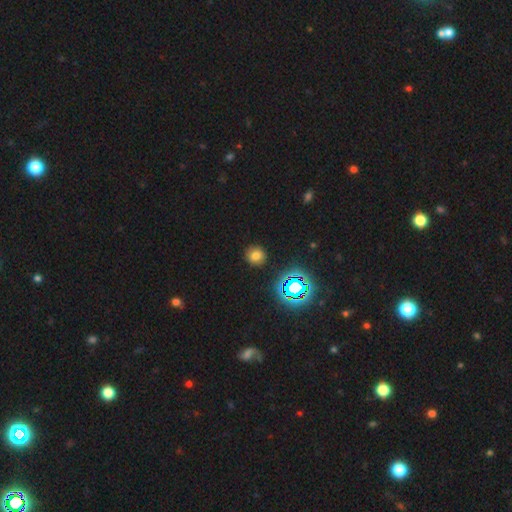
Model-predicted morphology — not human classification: Q: Smooth or featured?
A: smooth (70%); runner-up: star or artifact (23%)
Q: How rounded?
A: round (87%); runner-up: in between (12%)
Q: Merging?
A: none (89%); runner-up: minor disturbance (7%)